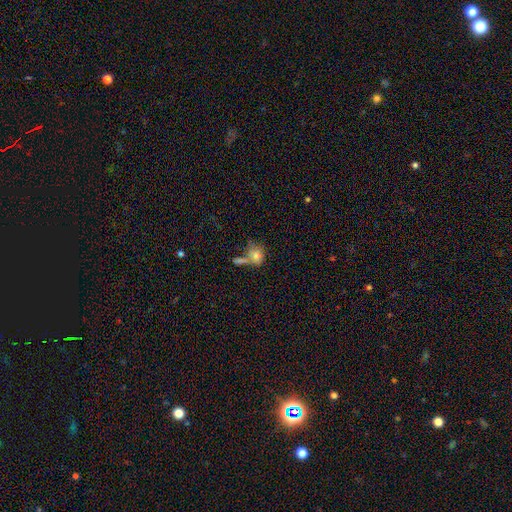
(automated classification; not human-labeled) This is likely a smooth galaxy (75%). How rounded: likely round (63%). Merging: marginally none (39%).